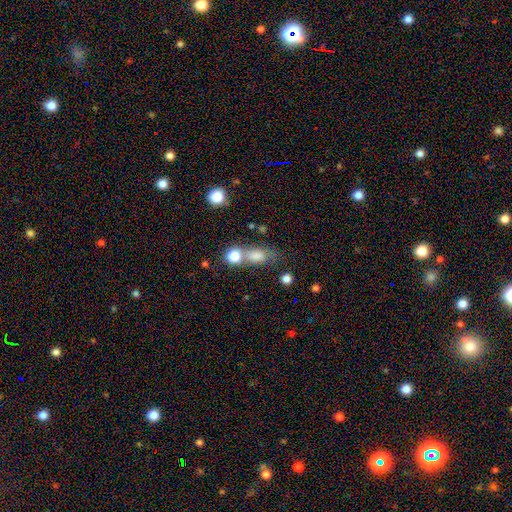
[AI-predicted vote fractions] Smooth or featured?
  - smooth: 72% *
  - star or artifact: 15%
  - featured or disk: 14%
How rounded?
  - in between: 62% *
  - round: 23%
  - cigar-shaped: 15%
Merging?
  - none: 46% *
  - merger: 30%
  - minor disturbance: 15%
  - major disturbance: 9%